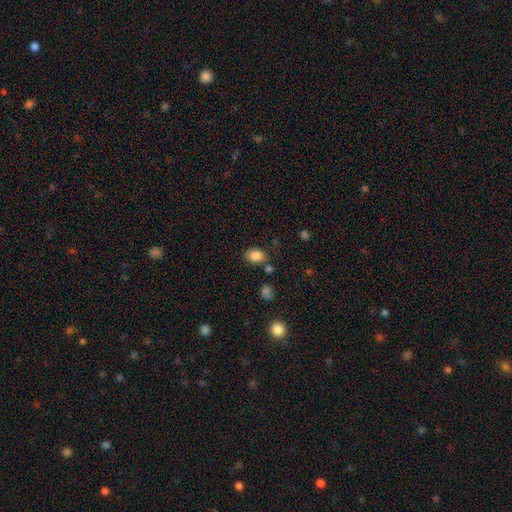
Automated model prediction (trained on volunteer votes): Smooth or featured? smooth (85%)
How rounded? in between (70%)
Merging? none (76%)